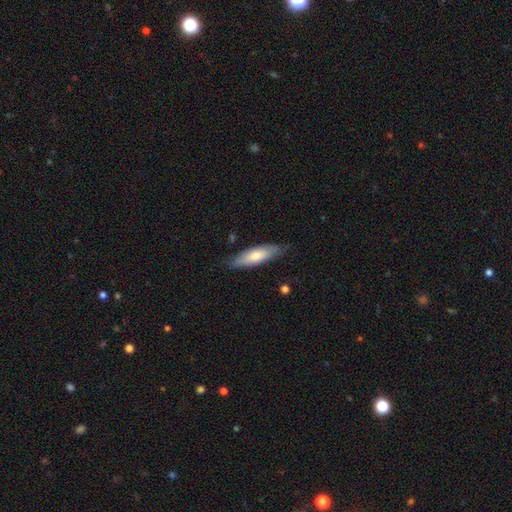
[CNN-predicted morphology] This is likely a smooth galaxy (68%). How rounded: possibly cigar-shaped (51%). Merging: likely none (78%).